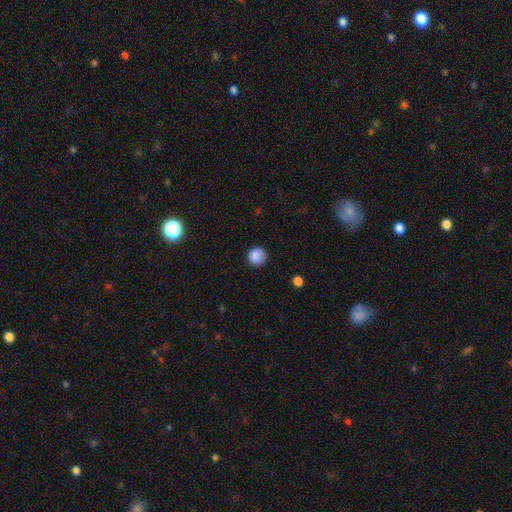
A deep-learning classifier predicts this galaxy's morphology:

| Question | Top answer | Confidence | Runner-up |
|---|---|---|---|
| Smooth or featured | smooth | 87% | star or artifact (10%) |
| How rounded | round | 91% | in between (8%) |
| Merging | none | 85% | minor disturbance (11%) |